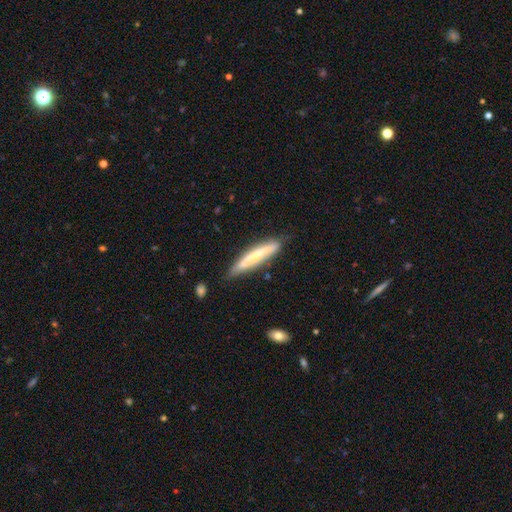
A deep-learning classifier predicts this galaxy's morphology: smooth 50%, featured or disk 44%, star or artifact 6%. Down the decision tree: how rounded — cigar-shaped (91%); merging — none (75%).